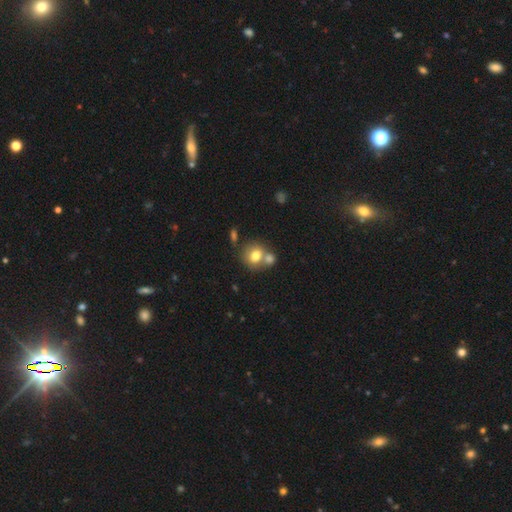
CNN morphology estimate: smooth 75%, featured or disk 15%, star or artifact 10%. Down the decision tree: how rounded — round (79%); merging — none (46%).